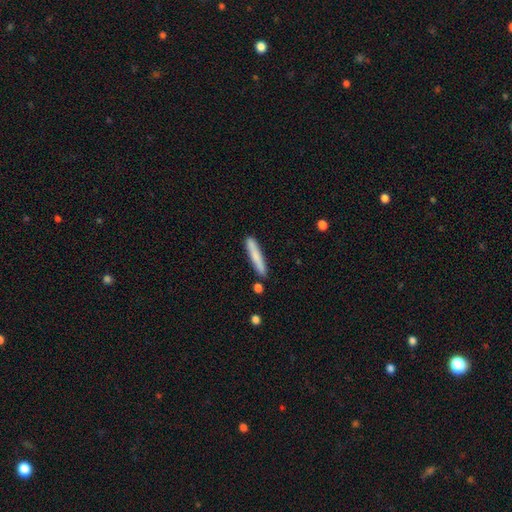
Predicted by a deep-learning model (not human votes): Smooth or featured? Predicted: smooth (p=0.75). How rounded? Predicted: cigar-shaped (p=0.94). Merging? Predicted: none (p=0.85).